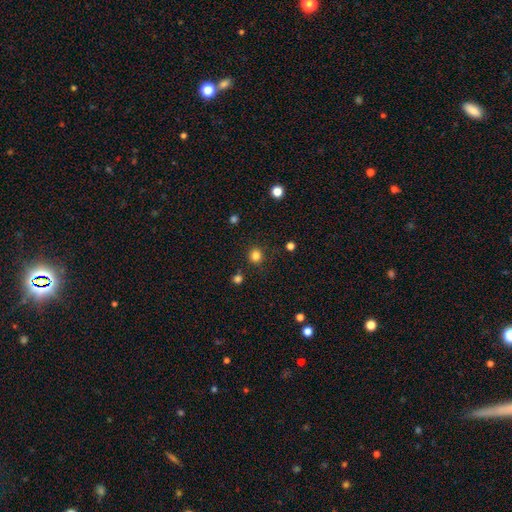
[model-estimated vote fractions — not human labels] Smooth or featured? Predicted: smooth (p=0.82). How rounded? Predicted: round (p=0.91). Merging? Predicted: none (p=0.87).